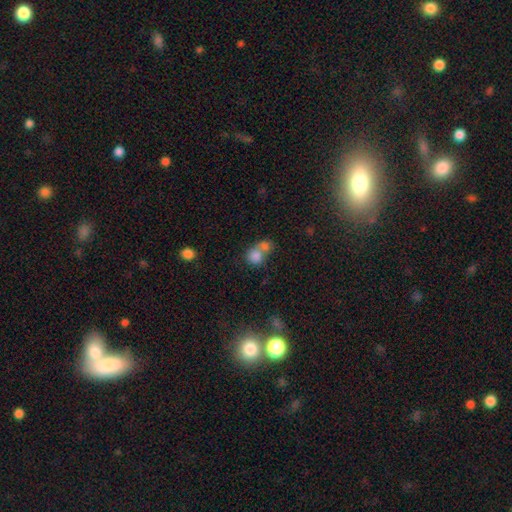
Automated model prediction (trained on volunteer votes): The model was most divided on "merging": merger: 62%, none: 27%, minor disturbance: 7%, major disturbance: 4%. More confident: smooth or featured — smooth (79%); how rounded — round (74%).